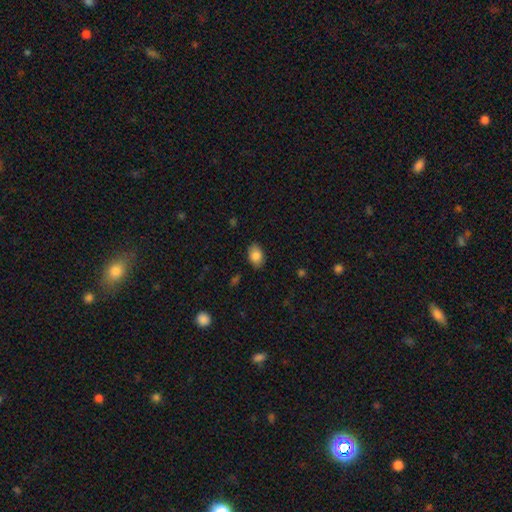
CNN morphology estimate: type=smooth (85%); roundness=in between (82%); merging=none (84%).